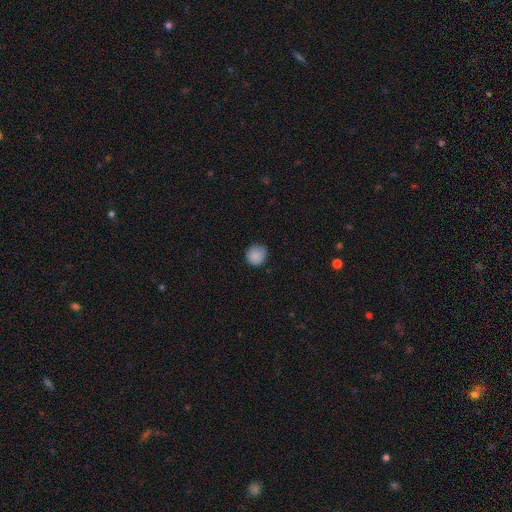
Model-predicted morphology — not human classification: This is clearly a smooth galaxy (86%). How rounded: clearly round (89%). Merging: clearly none (81%).